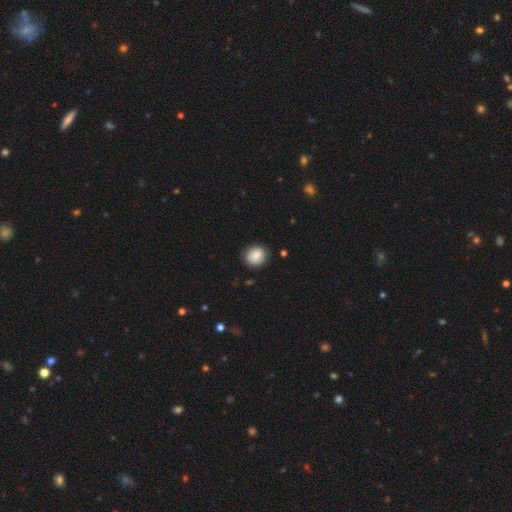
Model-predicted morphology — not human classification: smooth-or-featured: smooth: 82% | featured or disk: 10% | star or artifact: 8%
  how-rounded: round: 87% | in between: 12% | cigar-shaped: 1%
  merging: none: 87% | minor disturbance: 9% | major disturbance: 2% | merger: 1%